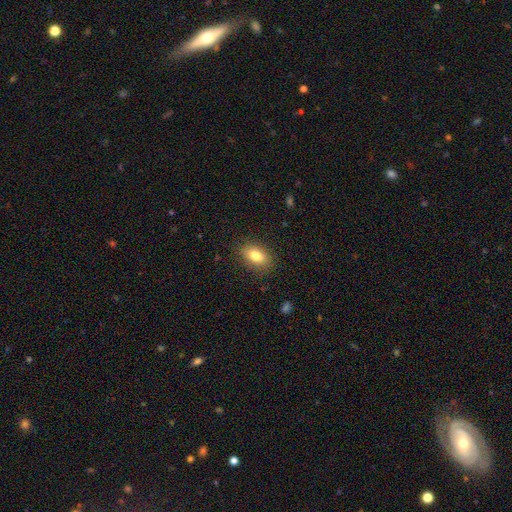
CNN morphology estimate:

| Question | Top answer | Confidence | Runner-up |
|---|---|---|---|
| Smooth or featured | smooth | 82% | featured or disk (10%) |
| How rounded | in between | 88% | round (8%) |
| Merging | none | 86% | minor disturbance (10%) |